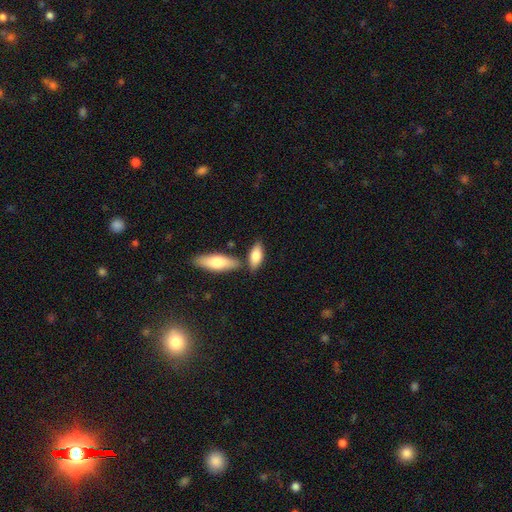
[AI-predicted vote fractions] This is likely a smooth galaxy (79%). How rounded: likely in between (77%). Merging: likely none (65%).